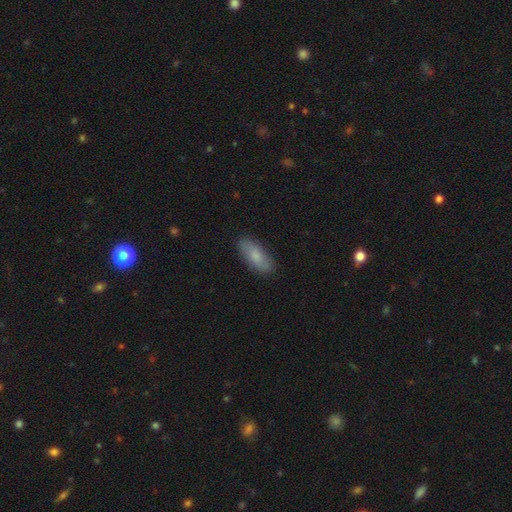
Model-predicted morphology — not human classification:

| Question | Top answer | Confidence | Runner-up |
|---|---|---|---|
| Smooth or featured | smooth | 77% | featured or disk (17%) |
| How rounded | in between | 83% | cigar-shaped (15%) |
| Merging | none | 86% | minor disturbance (11%) |